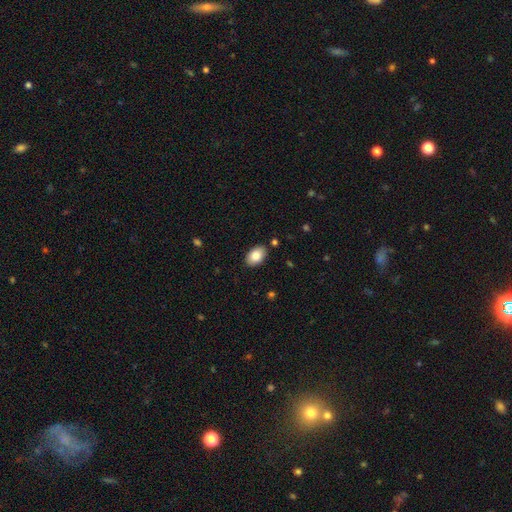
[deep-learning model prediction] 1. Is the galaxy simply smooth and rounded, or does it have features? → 85% smooth, 8% featured or disk, 7% star or artifact.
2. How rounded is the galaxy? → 91% in between, 8% round, 1% cigar-shaped.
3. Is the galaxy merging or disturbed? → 88% none, 9% minor disturbance, 2% major disturbance, 2% merger.